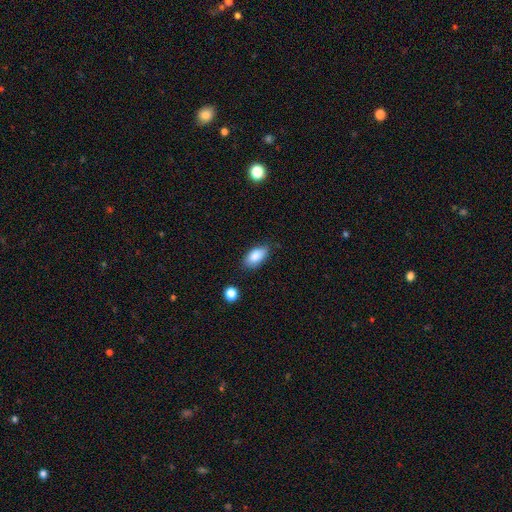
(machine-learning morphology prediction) A smooth galaxy with no disk features (86%) that is in between round and cigar-shaped (92%).

Vote fractions:
- Smooth or featured? smooth: 86% / star or artifact: 7% / featured or disk: 7%
- How rounded? in between: 92% / cigar-shaped: 5% / round: 4%
- Merging? none: 73% / minor disturbance: 21% / major disturbance: 4% / merger: 2%